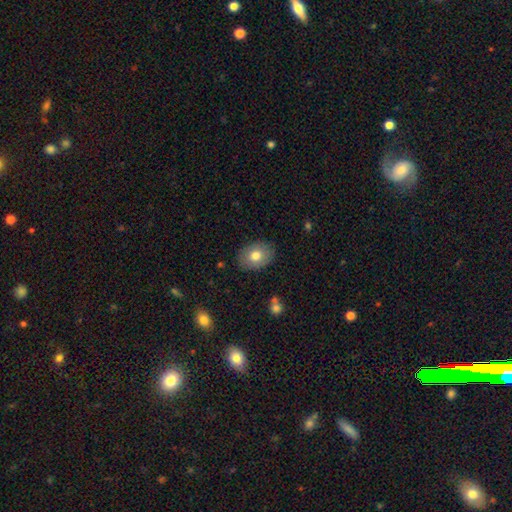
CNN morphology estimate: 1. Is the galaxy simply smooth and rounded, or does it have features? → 76% smooth, 16% featured or disk, 8% star or artifact.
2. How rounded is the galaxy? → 71% in between, 28% round, 1% cigar-shaped.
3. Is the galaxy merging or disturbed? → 87% none, 9% minor disturbance, 2% major disturbance, 1% merger.